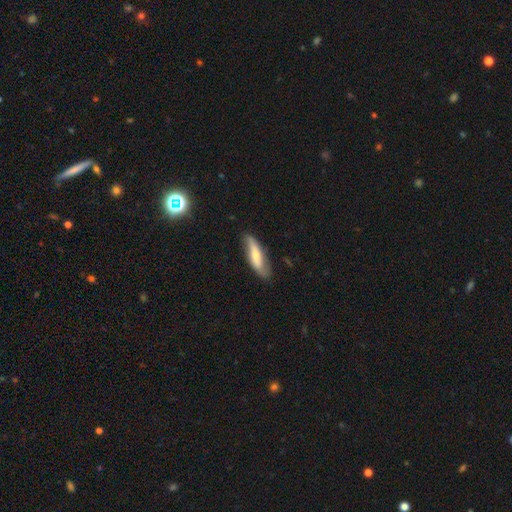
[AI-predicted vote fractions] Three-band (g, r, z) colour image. It shows a smooth galaxy with no disk features (53%) that is cigar-shaped (56%). Merging: none (70%).